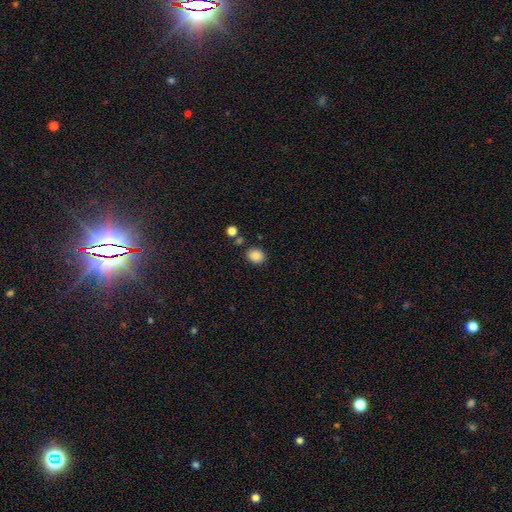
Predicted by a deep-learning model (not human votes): Morphology: type=smooth (86%); roundness=round (51%); merging=none (82%).